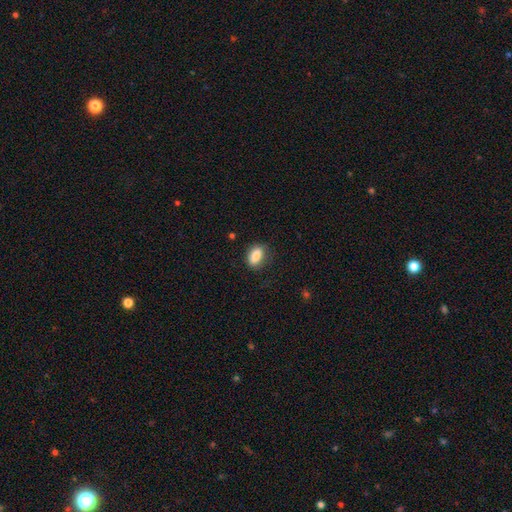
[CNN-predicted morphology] Overall: smooth (86%). How rounded: in between (84%). Merging: none (78%).